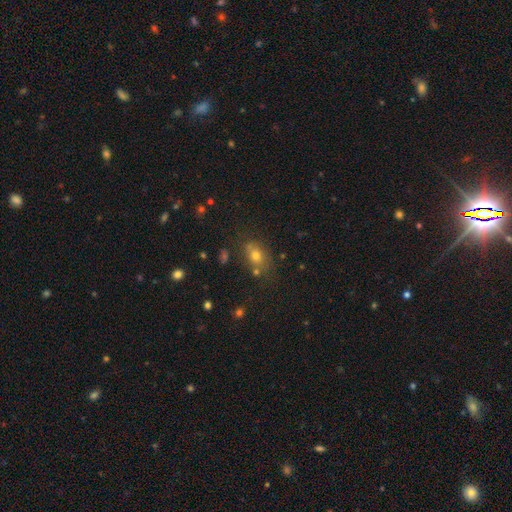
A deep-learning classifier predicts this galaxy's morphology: smooth-or-featured: smooth: 69% | star or artifact: 18% | featured or disk: 13%
  how-rounded: in between: 60% | round: 38% | cigar-shaped: 2%
  merging: none: 69% | minor disturbance: 16% | merger: 9% | major disturbance: 5%